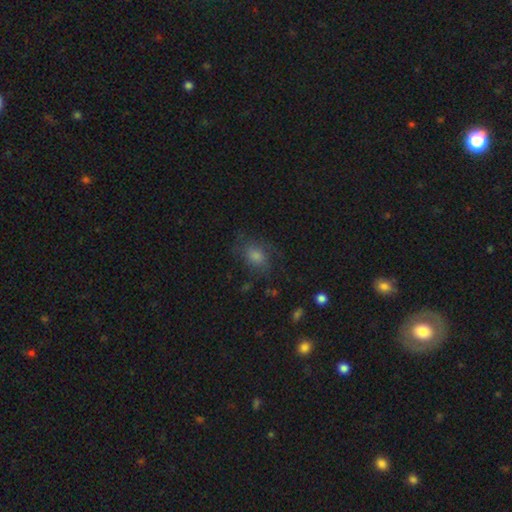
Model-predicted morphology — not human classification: smooth-or-featured: smooth: 56% | featured or disk: 24% | star or artifact: 20%
  how-rounded: in between: 69% | round: 29% | cigar-shaped: 2%
  merging: none: 65% | minor disturbance: 21% | major disturbance: 13% | merger: 2%